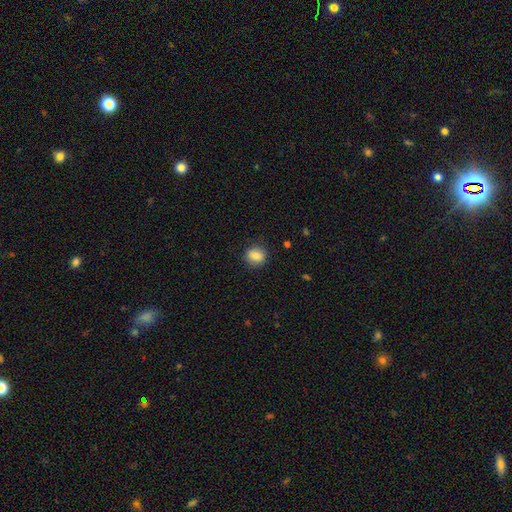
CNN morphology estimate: This is clearly a smooth galaxy (86%). How rounded: likely round (66%). Merging: clearly none (85%).